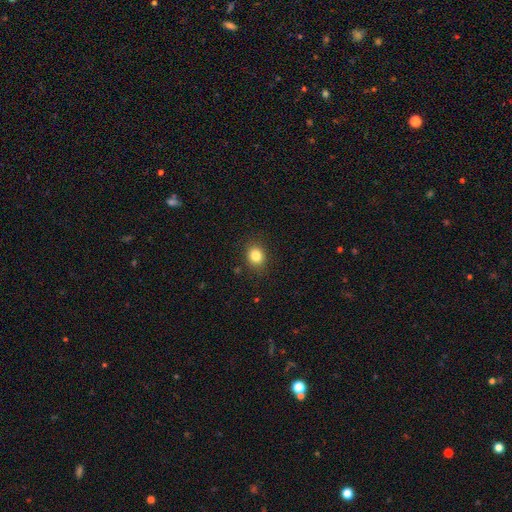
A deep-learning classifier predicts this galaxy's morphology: smooth 83%, star or artifact 11%, featured or disk 6%. Down the decision tree: how rounded — round (64%); merging — none (87%).